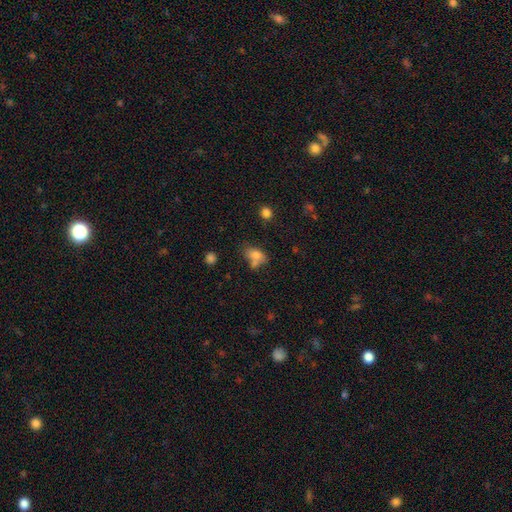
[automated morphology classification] This appears to be a smooth galaxy with no disk features (76%) that is in between round and cigar-shaped (77%). Merging: none (44%).